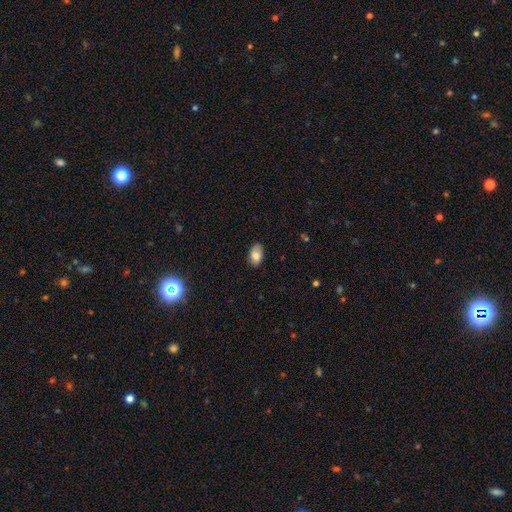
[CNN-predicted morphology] Smooth or featured?
  - smooth: 83% *
  - featured or disk: 9%
  - star or artifact: 8%
How rounded?
  - in between: 91% *
  - round: 8%
  - cigar-shaped: 1%
Merging?
  - none: 82% *
  - minor disturbance: 15%
  - major disturbance: 2%
  - merger: 1%